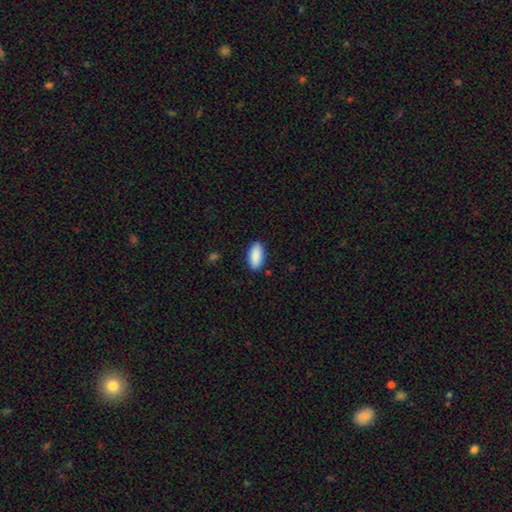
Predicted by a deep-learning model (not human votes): A smooth galaxy with no disk features (90%) that is in between round and cigar-shaped (90%). Merging: none (88%).